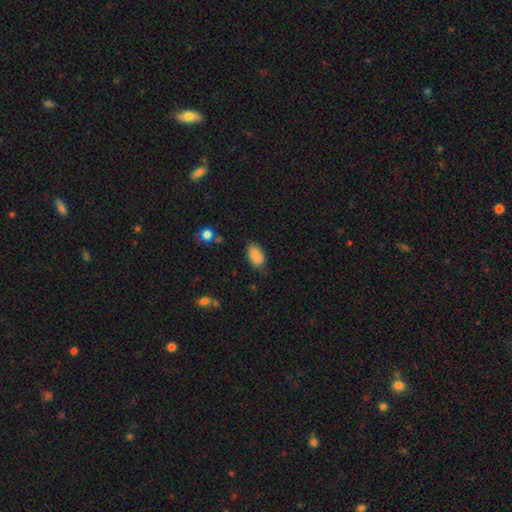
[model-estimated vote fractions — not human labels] This appears to be a smooth galaxy with no disk features (87%) that is in between round and cigar-shaped (93%). Merging: none (75%).